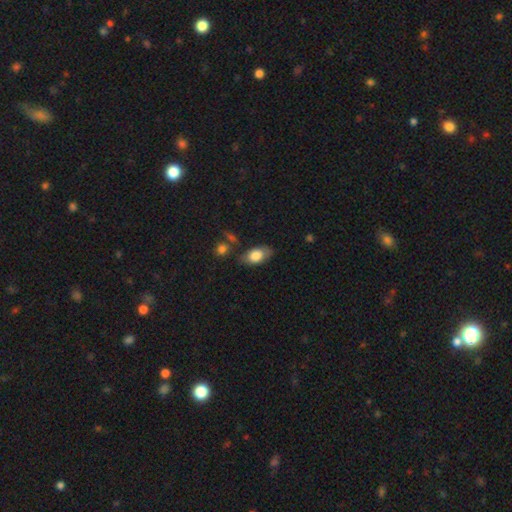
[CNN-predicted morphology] A smooth galaxy with no disk features (77%) that is in between round and cigar-shaped (91%). Merging: none (75%).